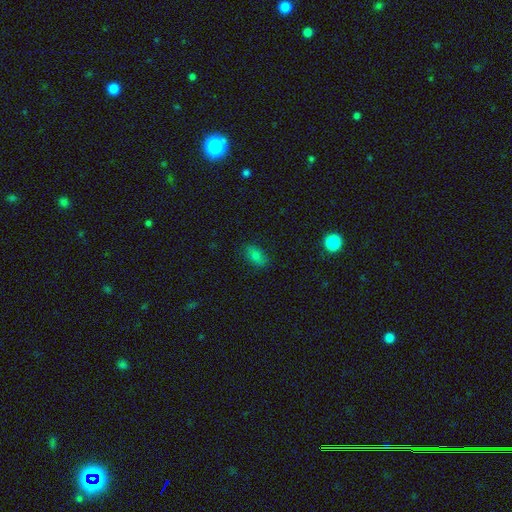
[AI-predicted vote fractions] Smooth or featured: smooth — 75% (star or artifact — 14%)
How rounded: in between — 85% (round — 11%)
Merging: none — 83% (minor disturbance — 13%)